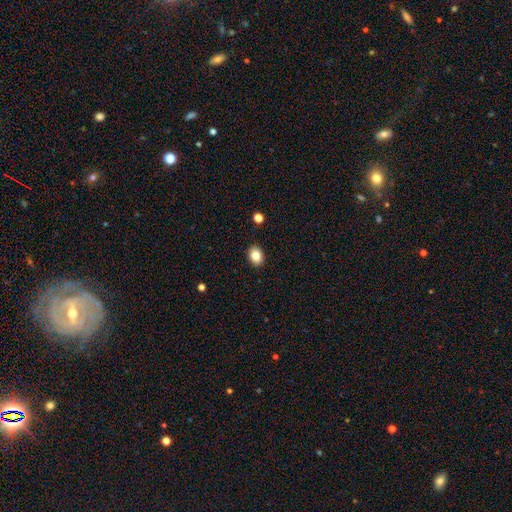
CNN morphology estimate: smooth-or-featured: smooth: 85% | star or artifact: 9% | featured or disk: 7%
  how-rounded: in between: 71% | round: 28% | cigar-shaped: 1%
  merging: none: 89% | minor disturbance: 8% | major disturbance: 2% | merger: 1%